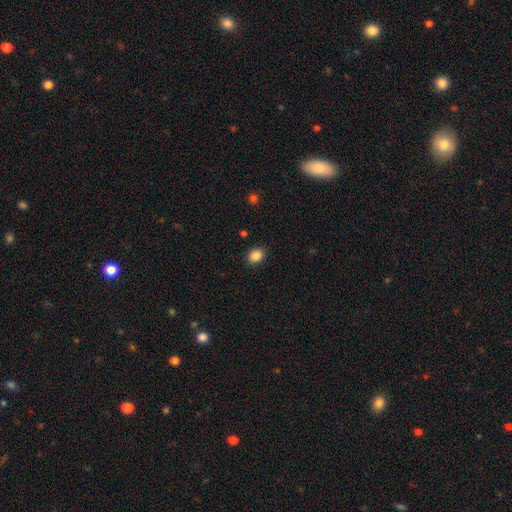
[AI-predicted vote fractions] smooth 87%, star or artifact 9%, featured or disk 3%. Down the decision tree: how rounded — round (50%); merging — none (89%).